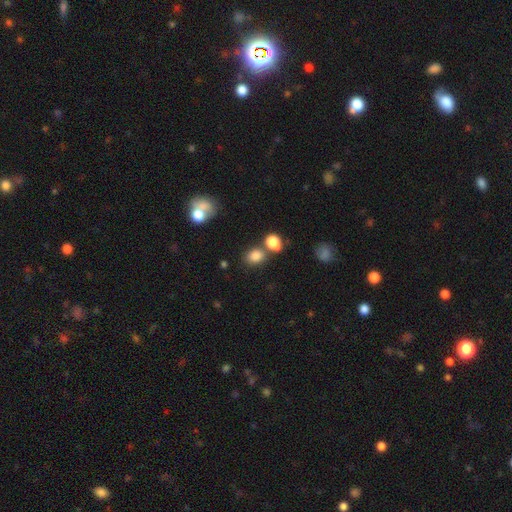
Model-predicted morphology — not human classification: Q: Smooth or featured?
A: smooth (80%); runner-up: star or artifact (13%)
Q: How rounded?
A: in between (52%); runner-up: round (47%)
Q: Merging?
A: none (62%); runner-up: merger (21%)